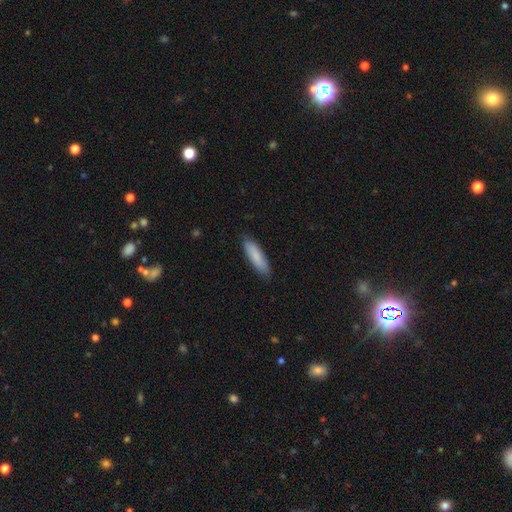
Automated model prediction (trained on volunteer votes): smooth-or-featured: smooth: 83% | featured or disk: 11% | star or artifact: 6%
  how-rounded: cigar-shaped: 66% | in between: 32% | round: 1%
  merging: none: 84% | minor disturbance: 13% | major disturbance: 2% | merger: 1%